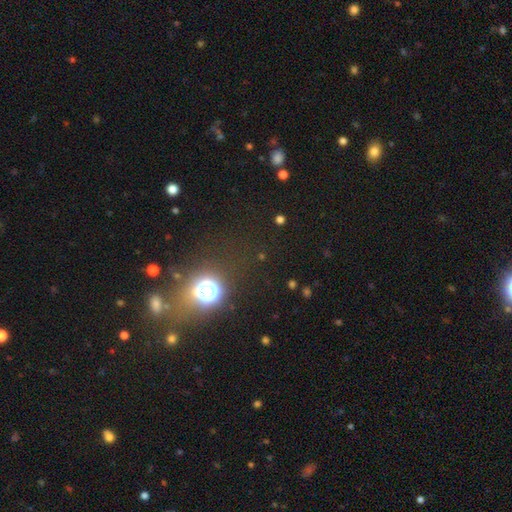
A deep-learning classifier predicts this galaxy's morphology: A star or artifact, not a galaxy (61%).

Vote fractions:
- Smooth or featured? star or artifact: 61% / smooth: 30% / featured or disk: 8%